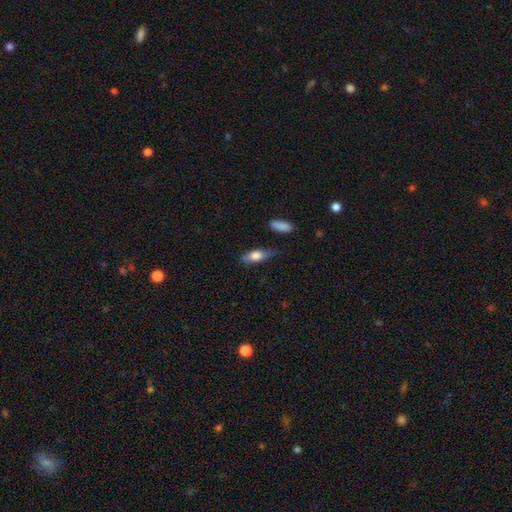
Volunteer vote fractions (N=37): A smooth galaxy with no disk features (73%) that is in between round and cigar-shaped (85%). Merging: minor disturbance (46%).